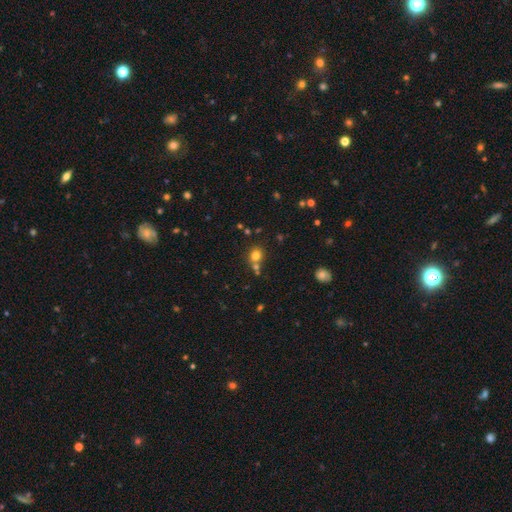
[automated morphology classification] Smooth or featured? smooth (76%)
How rounded? round (83%)
Merging? none (64%)